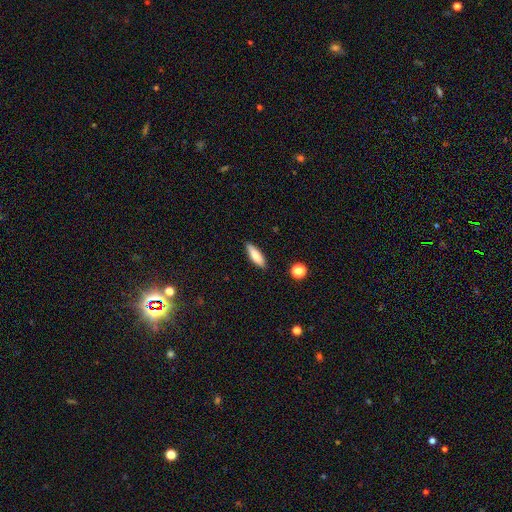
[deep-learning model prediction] smooth-or-featured: smooth: 78% | featured or disk: 15% | star or artifact: 7%
  how-rounded: cigar-shaped: 56% | in between: 42% | round: 2%
  merging: none: 87% | minor disturbance: 9% | major disturbance: 2% | merger: 2%